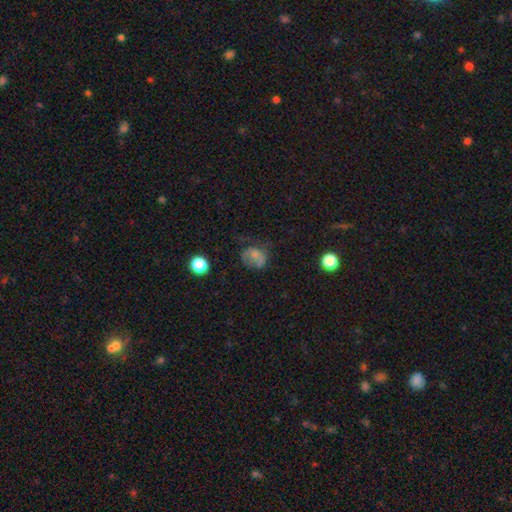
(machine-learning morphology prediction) Overall: smooth (58%; featured or disk 26%). How rounded: round (58%; in between 41%). Merging: major disturbance (35%; none 34%).